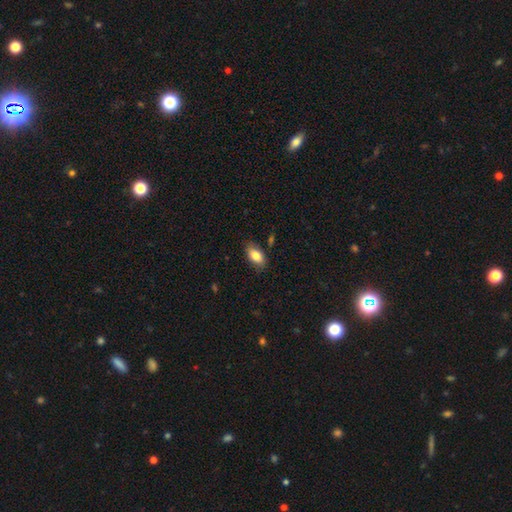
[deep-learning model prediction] A smooth galaxy with no disk features (82%) that is in between round and cigar-shaped (92%).

Vote fractions:
- Smooth or featured? smooth: 82% / featured or disk: 11% / star or artifact: 7%
- How rounded? in between: 92% / round: 5% / cigar-shaped: 3%
- Merging? none: 80% / minor disturbance: 15% / major disturbance: 3% / merger: 2%